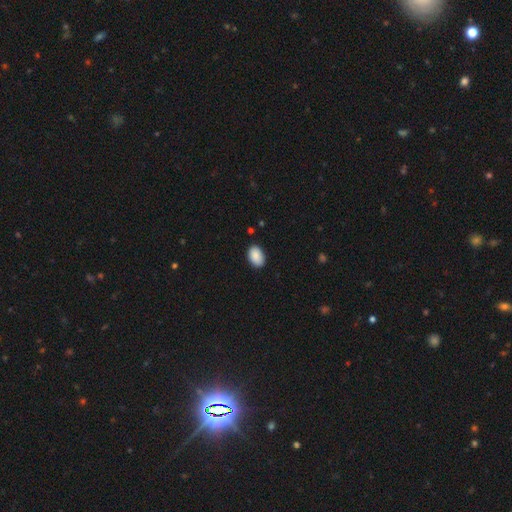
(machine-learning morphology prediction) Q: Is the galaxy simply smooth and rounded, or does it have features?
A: smooth — 89%.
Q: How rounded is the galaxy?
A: in between — 90%.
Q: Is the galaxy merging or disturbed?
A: none — 87%.